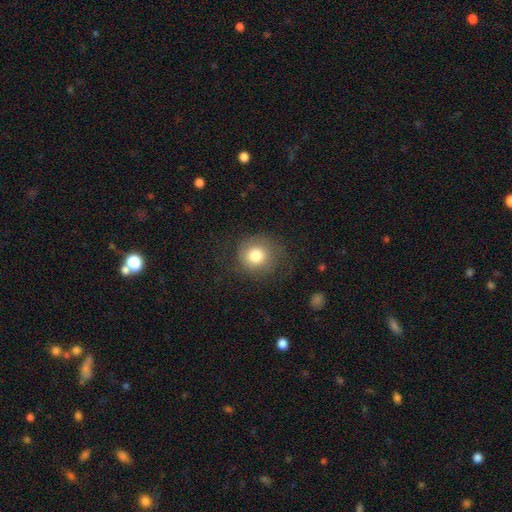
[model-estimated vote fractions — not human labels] Smooth or featured: smooth — 75% (featured or disk — 16%)
How rounded: round — 89% (in between — 10%)
Merging: none — 68% (minor disturbance — 16%)